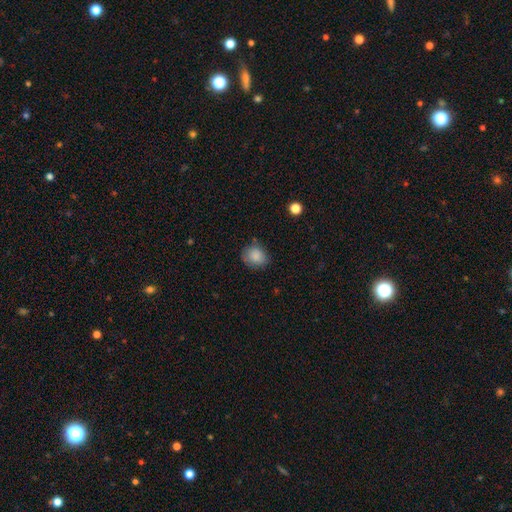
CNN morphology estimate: This appears to be a smooth galaxy with no disk features (86%) that is round (67%). Merging: none (73%).